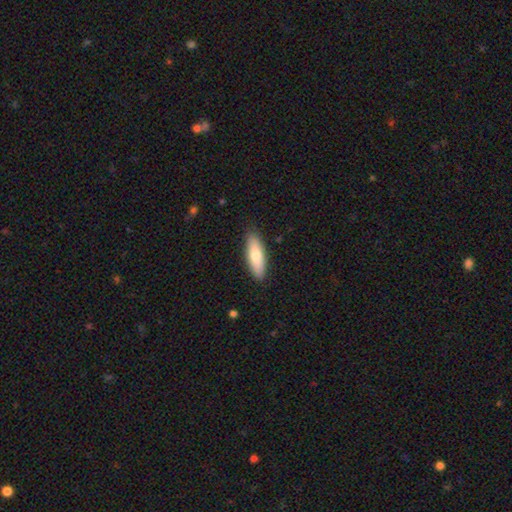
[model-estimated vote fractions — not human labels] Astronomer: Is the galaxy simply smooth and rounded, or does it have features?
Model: smooth — 74%.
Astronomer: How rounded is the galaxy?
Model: in between — 51% (runner-up: cigar-shaped, 47%).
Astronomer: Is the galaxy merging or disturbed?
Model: none — 88%.